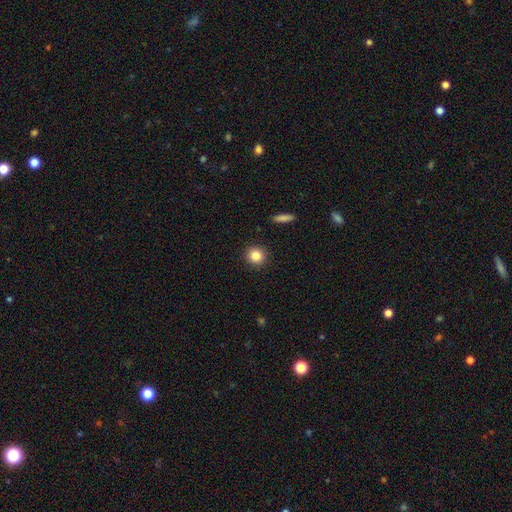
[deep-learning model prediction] Smooth or featured: smooth — 84% (star or artifact — 10%)
How rounded: round — 92% (in between — 7%)
Merging: none — 91% (minor disturbance — 6%)